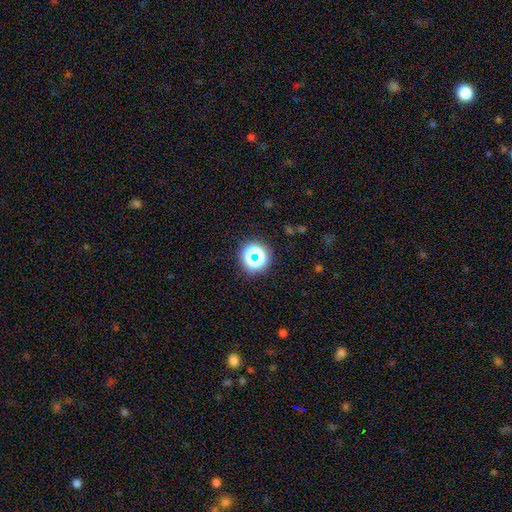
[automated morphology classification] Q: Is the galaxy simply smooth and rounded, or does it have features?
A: star or artifact — 54%.